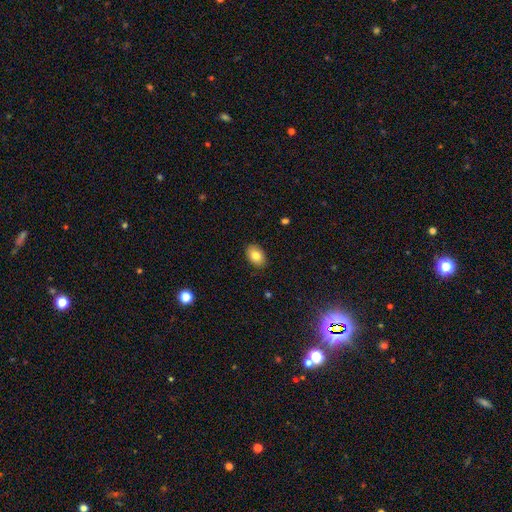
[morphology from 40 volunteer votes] smooth-or-featured: smooth: 82% | featured or disk: 10% | star or artifact: 8%
  how-rounded: in between: 97% | round: 3% | cigar-shaped: 0%
  merging: none: 95% | minor disturbance: 5% | major disturbance: 0% | merger: 0%